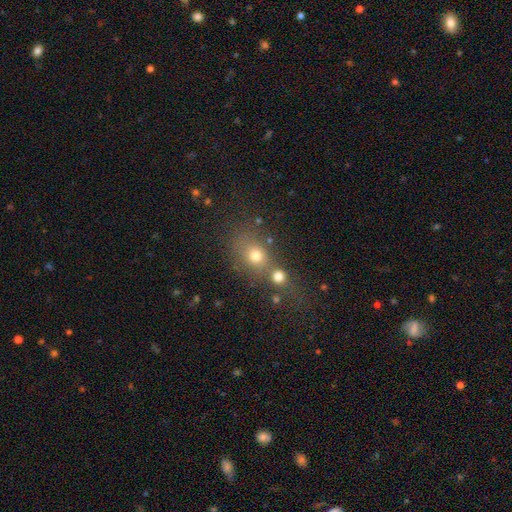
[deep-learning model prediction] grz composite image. It shows a smooth galaxy with no disk features (70%) that is round (63%). Merging: none (45%).